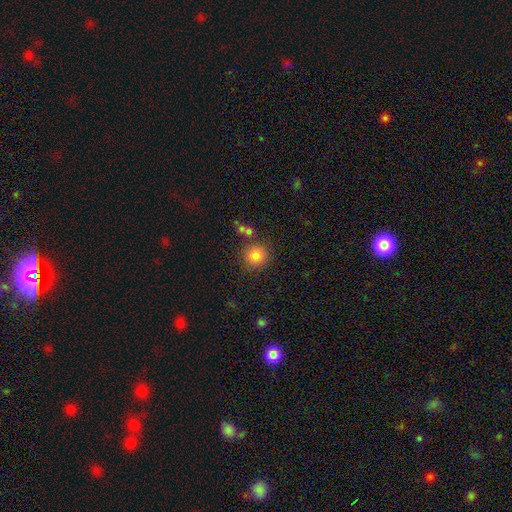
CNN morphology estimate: type=smooth (82%); roundness=round (92%); merging=none (80%).